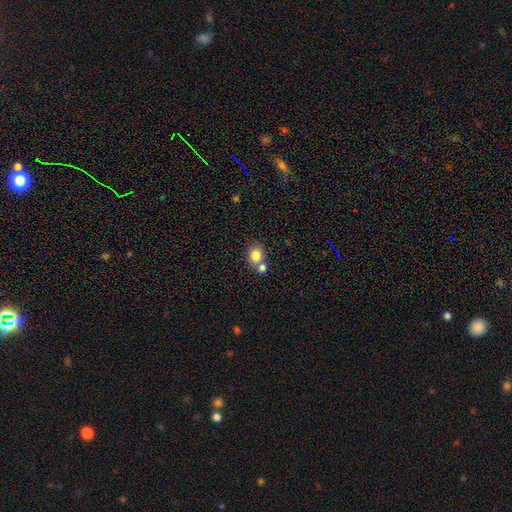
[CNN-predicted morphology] This is clearly a smooth galaxy (82%). How rounded: likely round (71%). Merging: possibly none (53%).